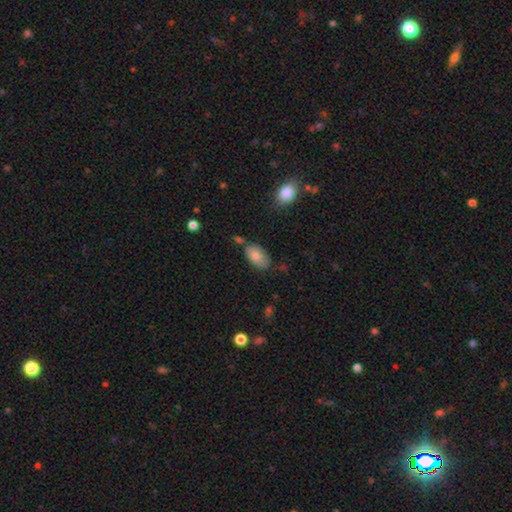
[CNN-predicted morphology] This appears to be a smooth galaxy with no disk features (81%) that is in between round and cigar-shaped (94%). Merging: none (66%).